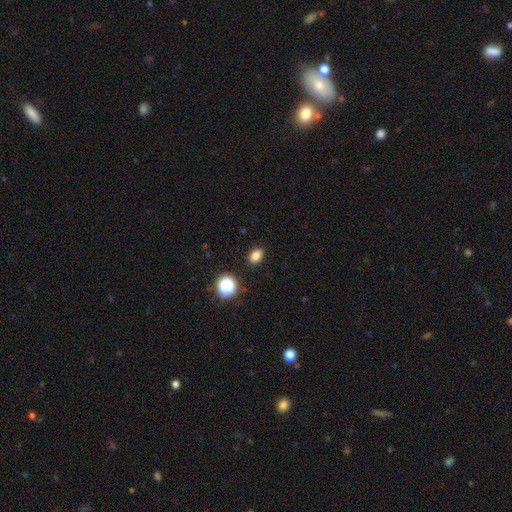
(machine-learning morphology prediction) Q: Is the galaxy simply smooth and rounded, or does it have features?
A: smooth — 82%.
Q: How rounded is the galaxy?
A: in between — 77%.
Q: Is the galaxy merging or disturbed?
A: none — 89%.